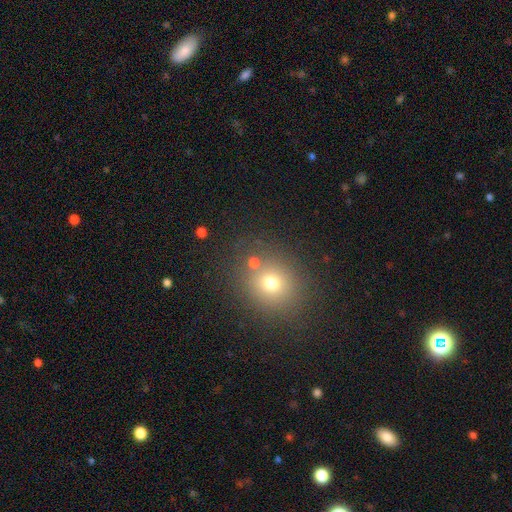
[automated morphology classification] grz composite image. It shows a smooth galaxy with no disk features (59%) that is round (80%). Merging: none (81%).